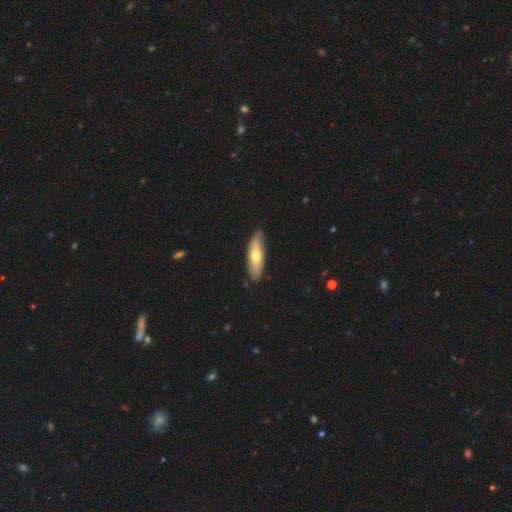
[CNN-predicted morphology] A smooth galaxy with no disk features (61%) that is cigar-shaped (54%).

Vote fractions:
- Smooth or featured? smooth: 61% / featured or disk: 34% / star or artifact: 5%
- How rounded? cigar-shaped: 54% / in between: 44% / round: 2%
- Merging? none: 82% / minor disturbance: 15% / major disturbance: 2% / merger: 1%